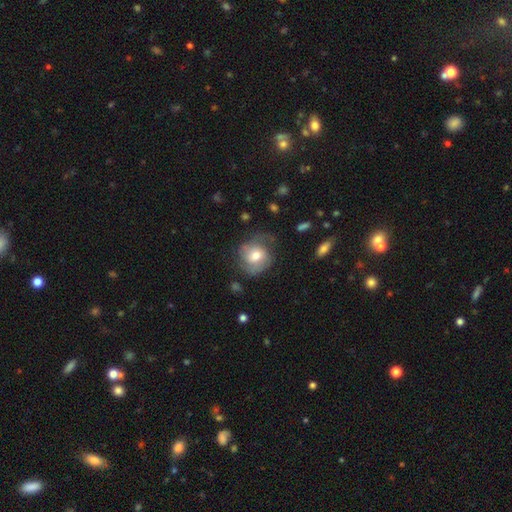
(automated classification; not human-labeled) A featured or disk galaxy (47%). Merging: none (57%).